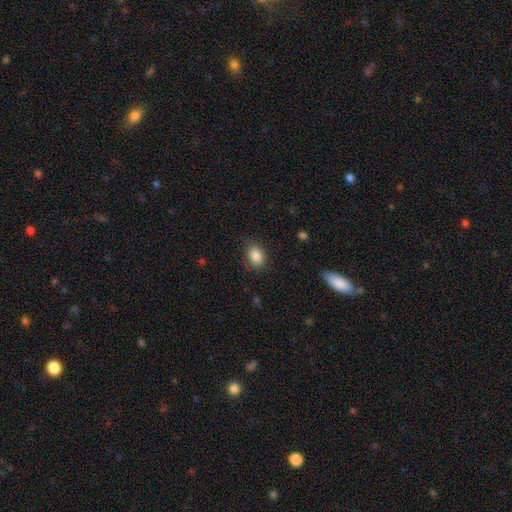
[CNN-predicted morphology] Smooth or featured?
  - smooth: 87% *
  - star or artifact: 8%
  - featured or disk: 4%
How rounded?
  - in between: 72% *
  - round: 27%
  - cigar-shaped: 1%
Merging?
  - none: 83% *
  - minor disturbance: 13%
  - major disturbance: 3%
  - merger: 1%